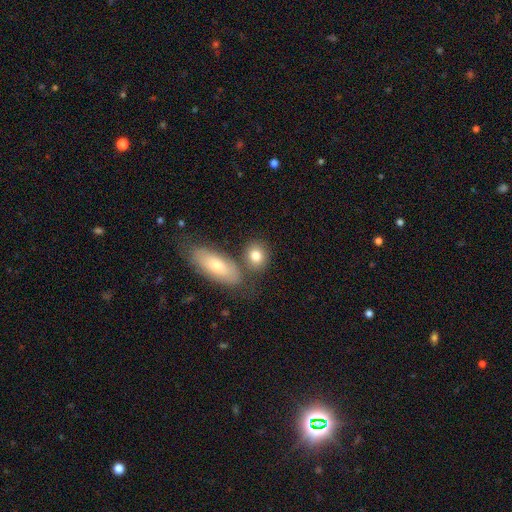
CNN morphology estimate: Q: Smooth or featured?
A: smooth (79%); runner-up: featured or disk (13%)
Q: How rounded?
A: round (55%); runner-up: in between (41%)
Q: Merging?
A: none (65%); runner-up: merger (19%)